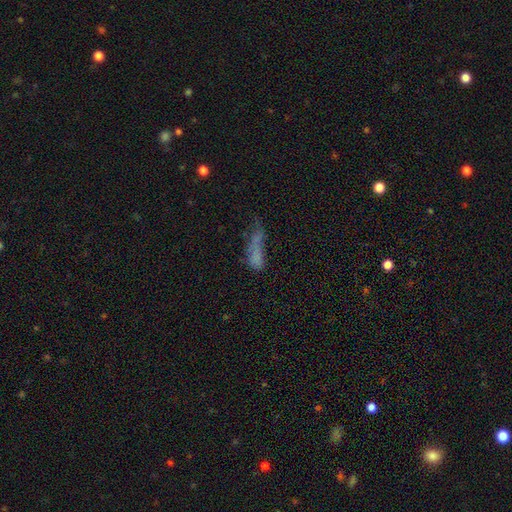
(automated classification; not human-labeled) Smooth or featured? Predicted: smooth (p=0.61). How rounded? Predicted: in between (p=0.61). Merging? Predicted: major disturbance (p=0.39).